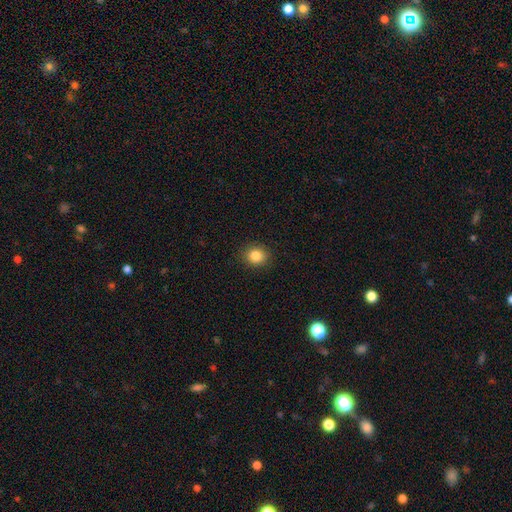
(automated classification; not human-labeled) Morphology: type=smooth (85%); roundness=round (80%); merging=none (89%).